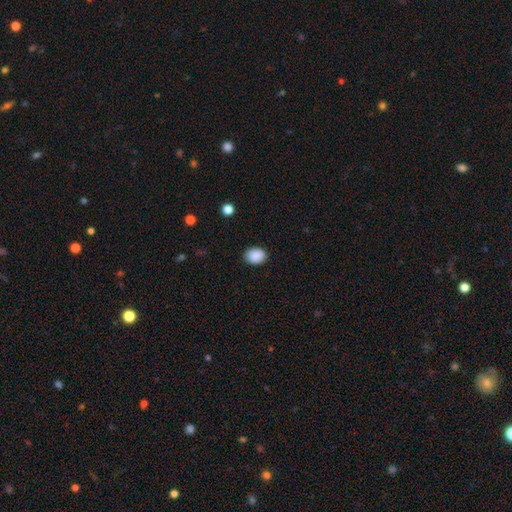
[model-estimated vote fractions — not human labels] Smooth or featured?
  - smooth: 89% *
  - star or artifact: 8%
  - featured or disk: 3%
How rounded?
  - in between: 53% *
  - round: 46%
  - cigar-shaped: 1%
Merging?
  - none: 87% *
  - minor disturbance: 10%
  - major disturbance: 2%
  - merger: 1%